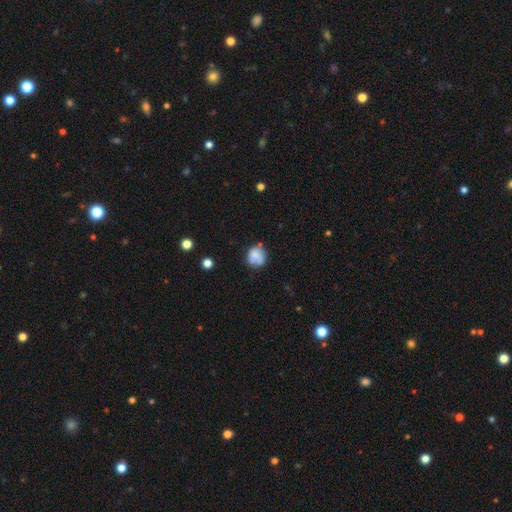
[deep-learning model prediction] Smooth or featured? Predicted: smooth (p=0.67). How rounded? Predicted: round (p=0.77). Merging? Predicted: none (p=0.52).